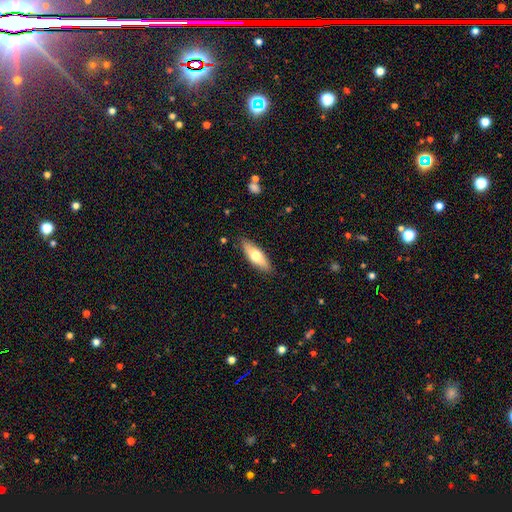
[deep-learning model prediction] This appears to be a smooth galaxy with no disk features (64%) that is in between round and cigar-shaped (61%). Merging: none (87%).